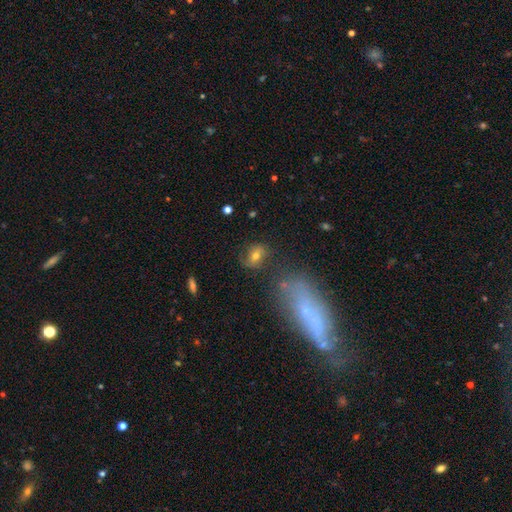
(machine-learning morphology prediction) smooth 47%, featured or disk 38%, star or artifact 15%. Down the decision tree: merging — none (59%).